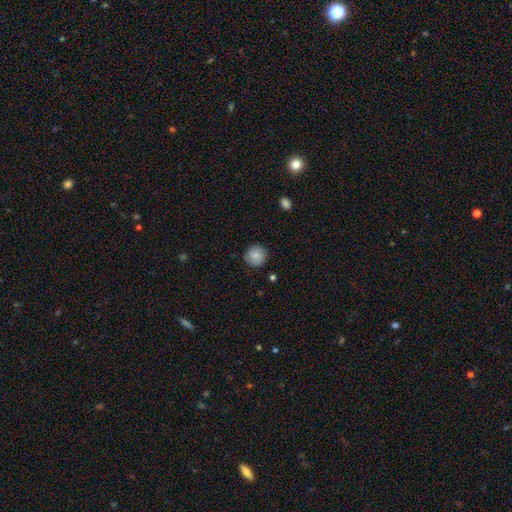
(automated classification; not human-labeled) Smooth or featured? smooth (82%)
How rounded? round (94%)
Merging? none (88%)